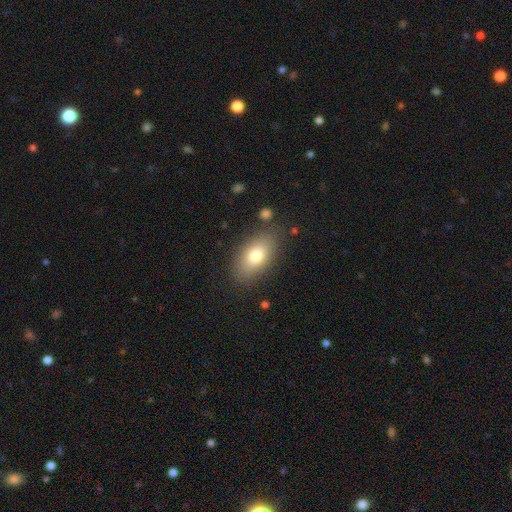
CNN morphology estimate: A smooth galaxy with no disk features (77%) that is in between round and cigar-shaped (90%).

Vote fractions:
- Smooth or featured? smooth: 77% / featured or disk: 15% / star or artifact: 8%
- How rounded? in between: 90% / round: 7% / cigar-shaped: 3%
- Merging? none: 82% / minor disturbance: 12% / major disturbance: 4% / merger: 3%